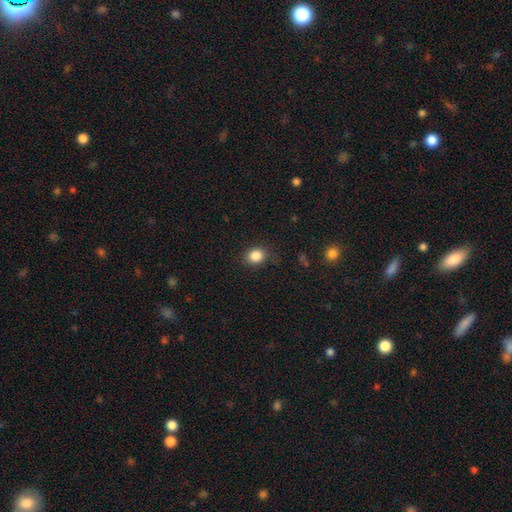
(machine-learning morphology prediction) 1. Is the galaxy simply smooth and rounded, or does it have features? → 86% smooth, 10% star or artifact, 4% featured or disk.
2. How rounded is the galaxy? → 66% round, 33% in between, 1% cigar-shaped.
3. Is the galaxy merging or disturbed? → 81% none, 13% minor disturbance, 4% major disturbance, 1% merger.